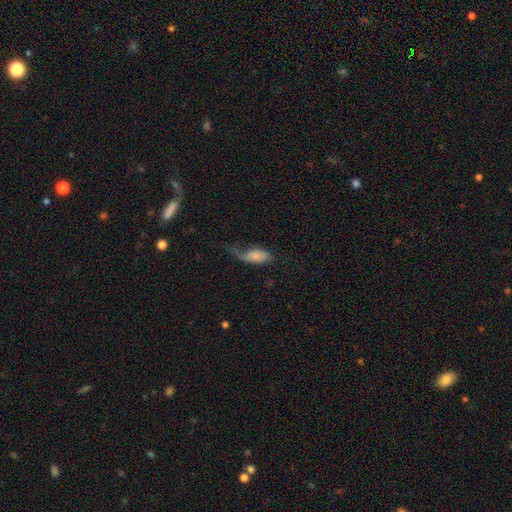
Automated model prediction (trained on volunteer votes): Q: Smooth or featured?
A: smooth (61%); runner-up: featured or disk (32%)
Q: How rounded?
A: in between (90%); runner-up: cigar-shaped (6%)
Q: Merging?
A: major disturbance (42%); runner-up: minor disturbance (29%)